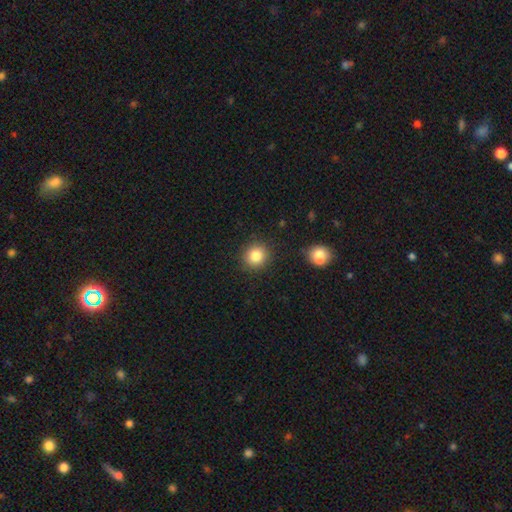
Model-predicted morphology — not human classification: The model was most divided on "smooth or featured": smooth: 83%, star or artifact: 11%, featured or disk: 6%. More confident: how rounded — round (89%); merging — none (89%).